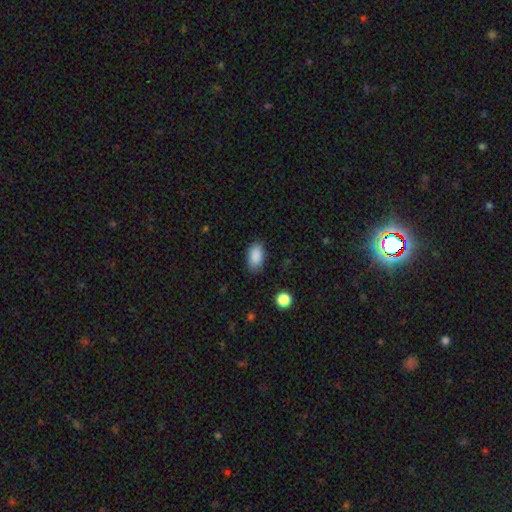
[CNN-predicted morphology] This is clearly a smooth galaxy (88%). How rounded: clearly in between (92%). Merging: clearly none (82%).